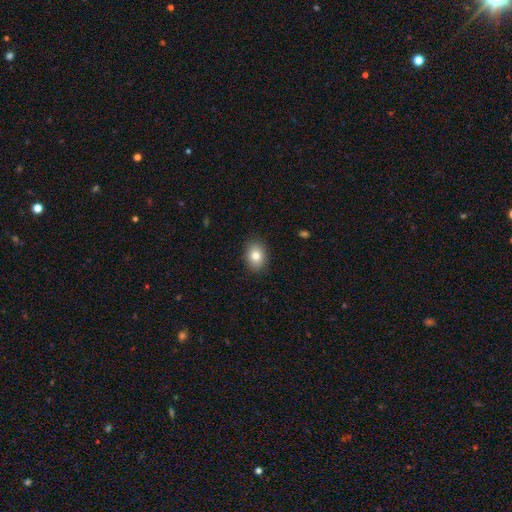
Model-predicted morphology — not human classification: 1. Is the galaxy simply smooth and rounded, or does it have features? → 83% smooth, 9% star or artifact, 8% featured or disk.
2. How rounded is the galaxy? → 68% in between, 31% round, 1% cigar-shaped.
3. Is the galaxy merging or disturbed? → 89% none, 8% minor disturbance, 2% major disturbance, 1% merger.